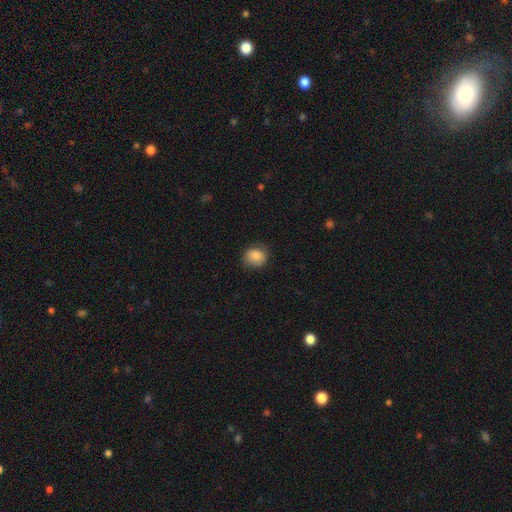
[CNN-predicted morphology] type=smooth (83%); roundness=round (72%); merging=none (75%).